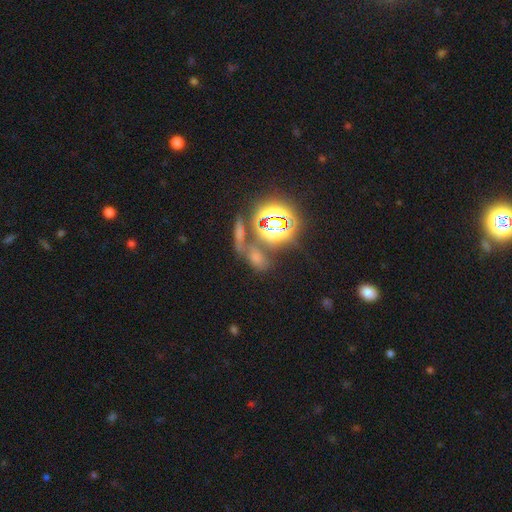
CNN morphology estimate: This is marginally a star or artifact rather than a galaxy (44%, tied with smooth).